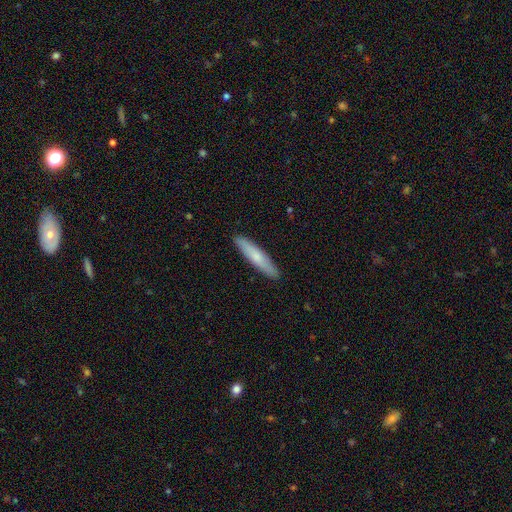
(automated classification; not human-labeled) A smooth galaxy with no disk features (70%) that is cigar-shaped (89%). Merging: none (91%).